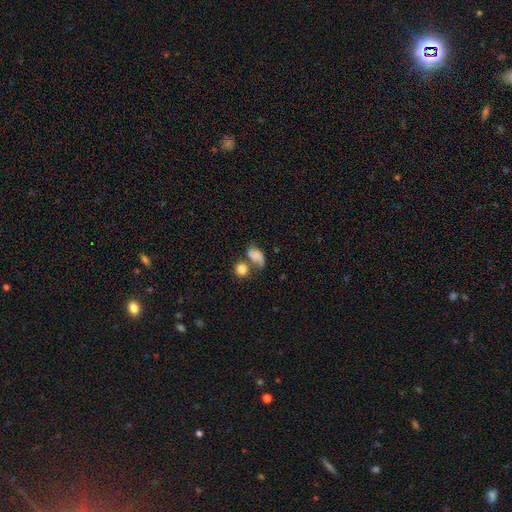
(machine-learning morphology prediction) Smooth or featured?
  - smooth: 70% *
  - featured or disk: 19%
  - star or artifact: 11%
How rounded?
  - in between: 72% *
  - round: 25%
  - cigar-shaped: 3%
Merging?
  - merger: 36% *
  - none: 30%
  - minor disturbance: 17%
  - major disturbance: 17%